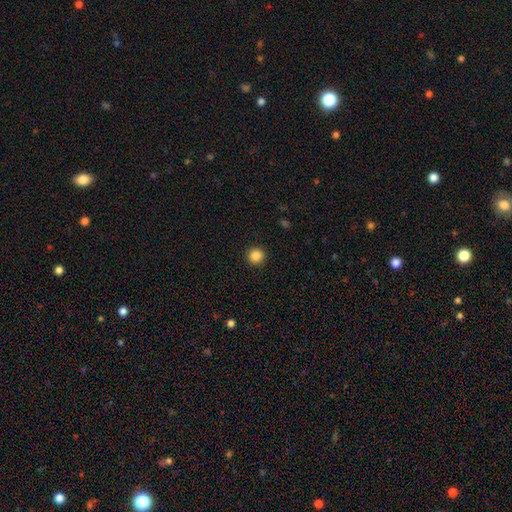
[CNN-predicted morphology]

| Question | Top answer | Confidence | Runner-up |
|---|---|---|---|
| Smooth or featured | smooth | 86% | star or artifact (10%) |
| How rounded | round | 95% | in between (4%) |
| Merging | none | 93% | minor disturbance (5%) |